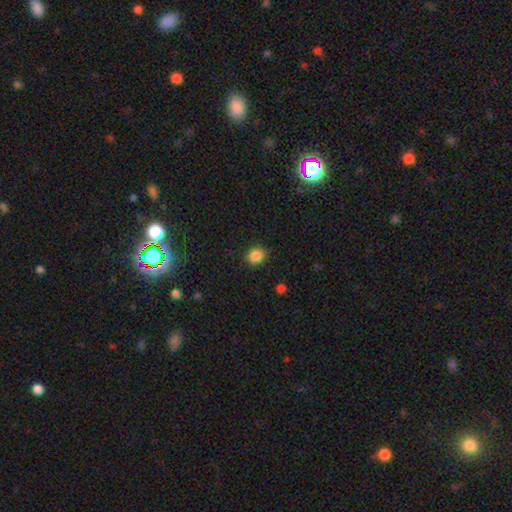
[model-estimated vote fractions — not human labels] Overall: smooth (86%). How rounded: round (75%). Merging: none (88%).